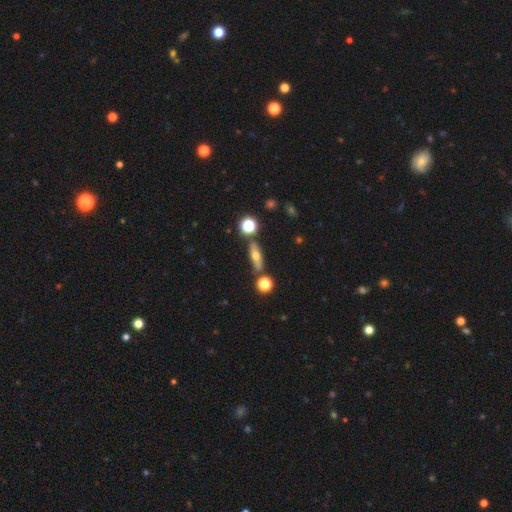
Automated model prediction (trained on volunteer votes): A smooth galaxy with no disk features (52%) that is cigar-shaped (51%). Merging: none (77%).